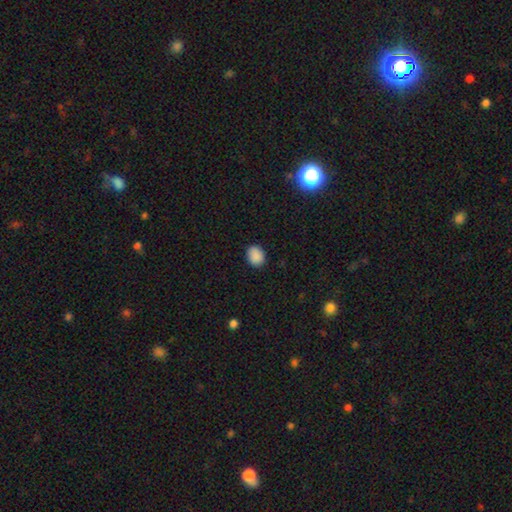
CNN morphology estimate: Smooth or featured? smooth (89%)
How rounded? in between (53%)
Merging? none (87%)